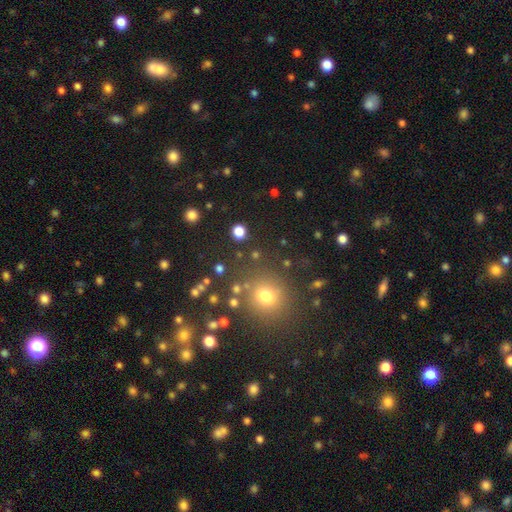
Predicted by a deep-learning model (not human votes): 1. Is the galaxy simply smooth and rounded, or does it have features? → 63% smooth, 30% star or artifact, 8% featured or disk.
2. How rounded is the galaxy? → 86% round, 12% in between, 1% cigar-shaped.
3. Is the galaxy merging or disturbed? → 85% none, 8% minor disturbance, 4% merger, 4% major disturbance.